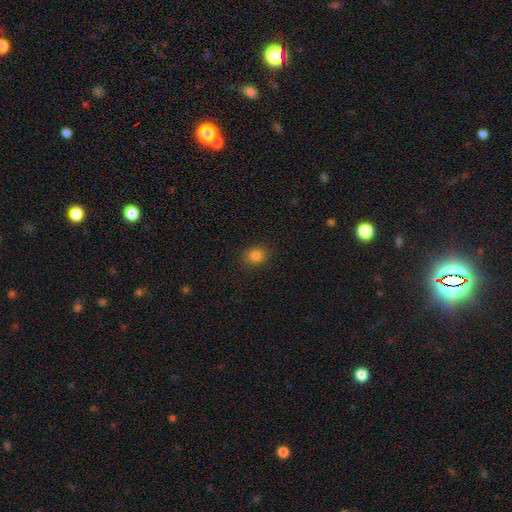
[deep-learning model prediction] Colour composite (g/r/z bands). It shows a smooth galaxy with no disk features (83%) that is round (55%). Merging: none (86%).